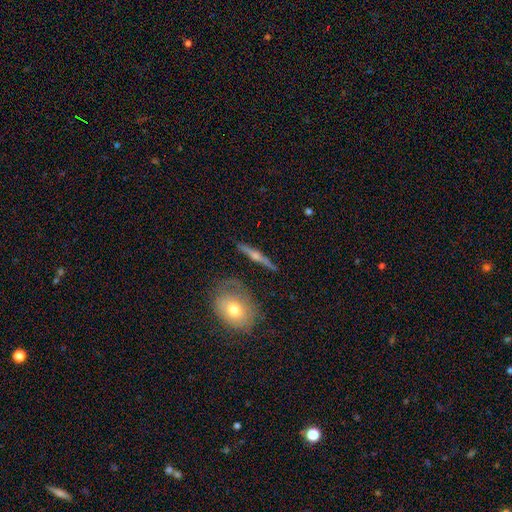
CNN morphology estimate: smooth_or_featured: featured or disk (p=0.66) [alt: smooth p=0.27]
disk_edge_on: yes (p=0.95) [alt: no p=0.05]
edge_on_bulge: rounded (p=0.88) [alt: none p=0.07]
merging: none (p=0.85) [alt: minor disturbance p=0.10]